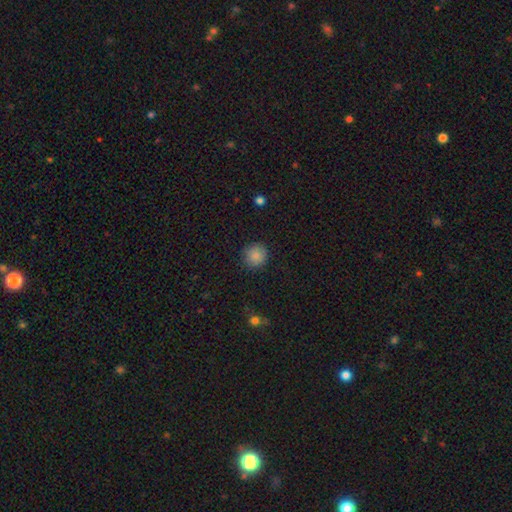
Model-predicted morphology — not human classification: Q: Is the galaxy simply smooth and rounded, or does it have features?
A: smooth — 87%.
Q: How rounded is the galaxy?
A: round — 93%.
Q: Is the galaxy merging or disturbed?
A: none — 90%.